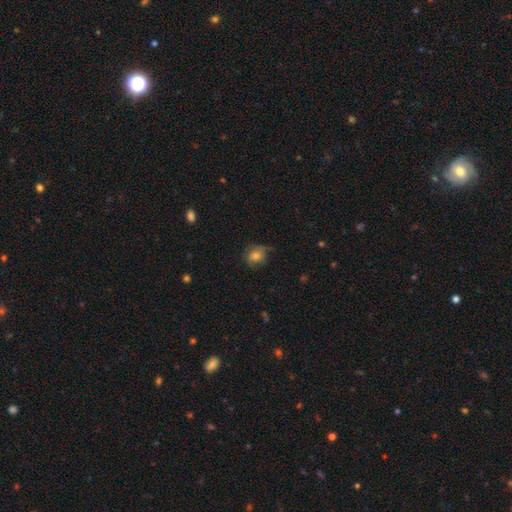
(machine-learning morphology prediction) Smooth or featured? Predicted: smooth (p=0.67). How rounded? Predicted: round (p=0.55). Merging? Predicted: none (p=0.59).